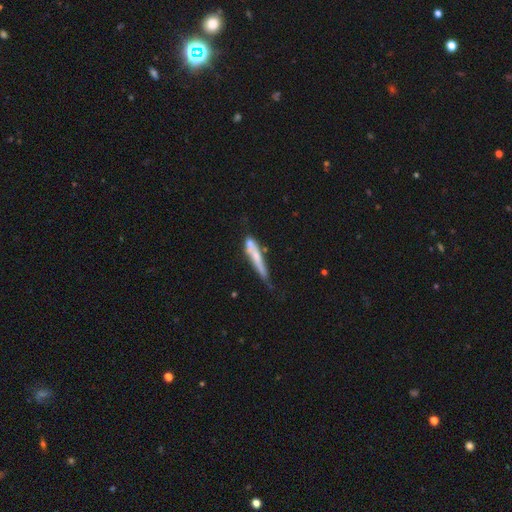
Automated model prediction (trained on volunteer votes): Smooth or featured: smooth — 53% (featured or disk — 39%)
How rounded: cigar-shaped — 90% (in between — 8%)
Merging: none — 43% (minor disturbance — 26%)